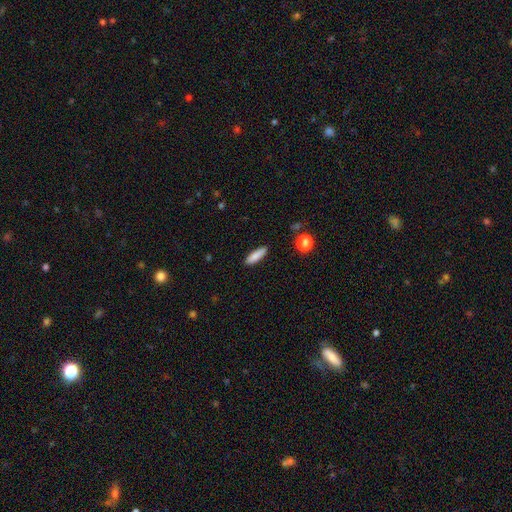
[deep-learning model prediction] A smooth galaxy with no disk features (84%) that is cigar-shaped (64%).

Vote fractions:
- Smooth or featured? smooth: 84% / featured or disk: 9% / star or artifact: 7%
- How rounded? cigar-shaped: 64% / in between: 34% / round: 2%
- Merging? none: 88% / minor disturbance: 8% / major disturbance: 2% / merger: 1%